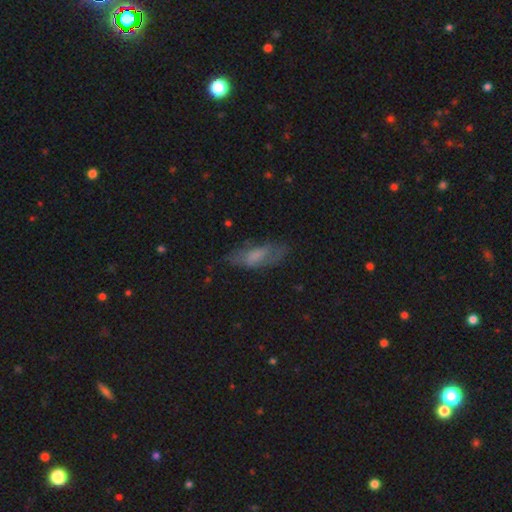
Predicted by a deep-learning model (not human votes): This appears to be a smooth galaxy with no disk features (59%) that is in between round and cigar-shaped (67%). Merging: none (61%).